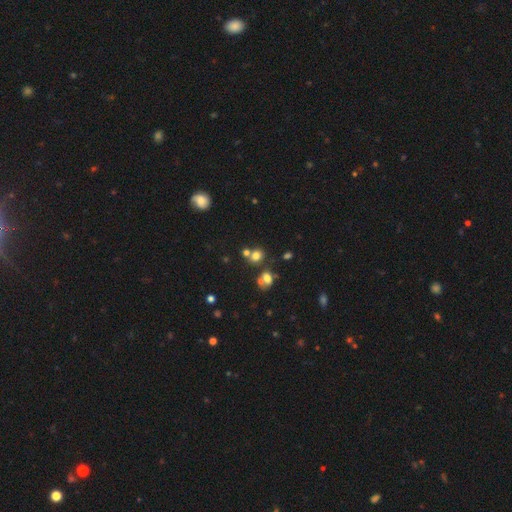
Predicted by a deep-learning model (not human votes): smooth-or-featured: smooth: 71% | star or artifact: 18% | featured or disk: 11%
  how-rounded: round: 68% | in between: 31% | cigar-shaped: 1%
  merging: none: 51% | merger: 34% | minor disturbance: 10% | major disturbance: 5%